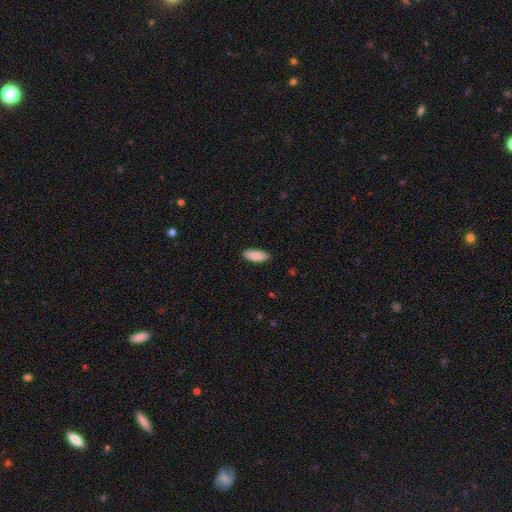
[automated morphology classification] Q: Smooth or featured?
A: smooth (89%); runner-up: star or artifact (6%)
Q: How rounded?
A: in between (84%); runner-up: cigar-shaped (14%)
Q: Merging?
A: none (88%); runner-up: minor disturbance (9%)